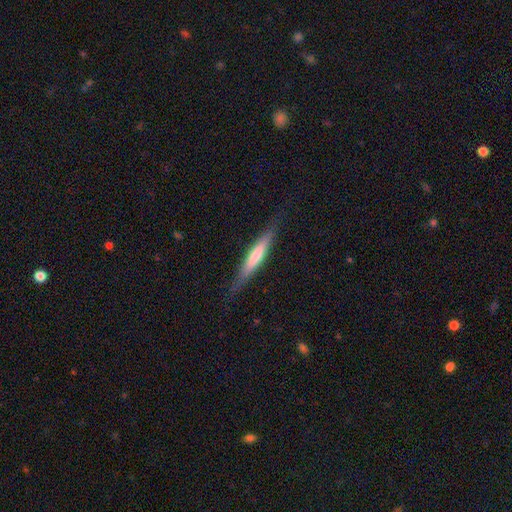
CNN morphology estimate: A smooth galaxy with no disk features (55%) that is cigar-shaped (91%).

Vote fractions:
- Smooth or featured? smooth: 55% / featured or disk: 40% / star or artifact: 5%
- How rounded? cigar-shaped: 91% / in between: 8% / round: 1%
- Merging? none: 83% / minor disturbance: 13% / major disturbance: 3% / merger: 1%